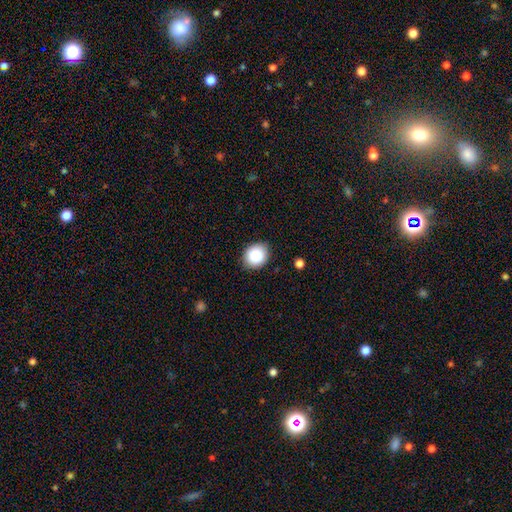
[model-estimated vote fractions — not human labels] Smooth or featured: smooth — 88% (star or artifact — 8%)
How rounded: round — 62% (in between — 38%)
Merging: none — 87% (minor disturbance — 9%)